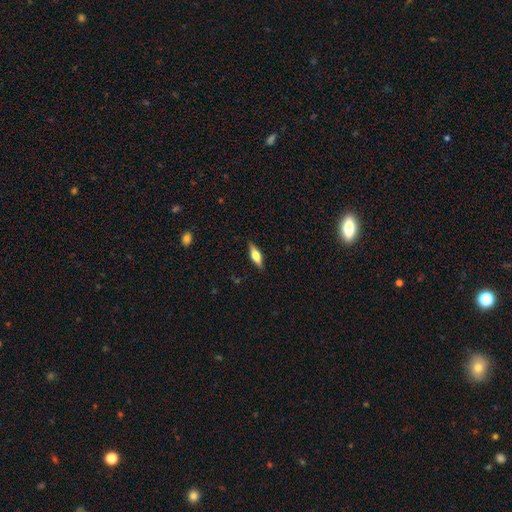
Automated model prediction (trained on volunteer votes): smooth-or-featured: smooth: 49% | featured or disk: 45% | star or artifact: 7%
  merging: none: 86% | minor disturbance: 10% | major disturbance: 2% | merger: 1%